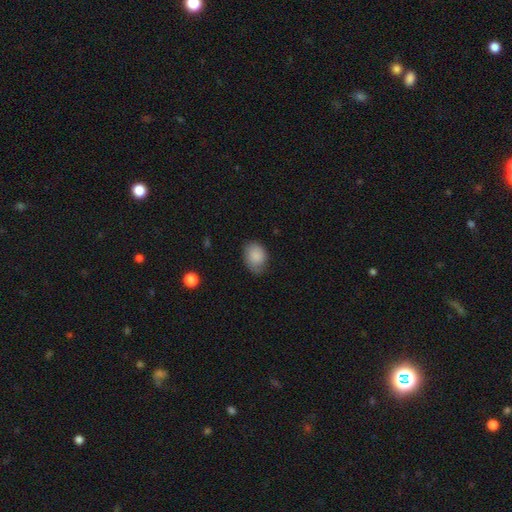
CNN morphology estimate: Smooth or featured? Predicted: smooth (p=0.85). How rounded? Predicted: in between (p=0.66). Merging? Predicted: none (p=0.65).